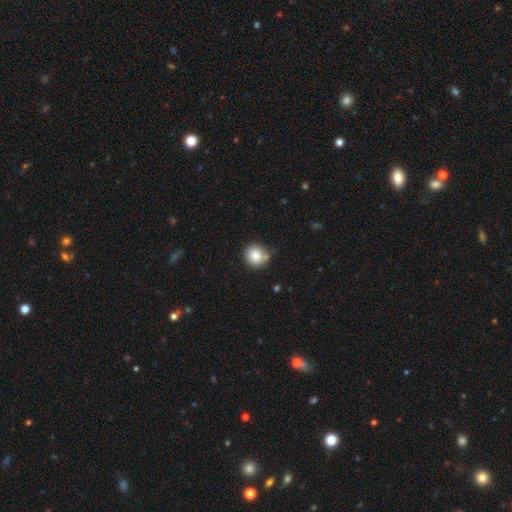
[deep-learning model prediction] The model was most divided on "merging": none: 72%, minor disturbance: 15%, merger: 10%, major disturbance: 4%. More confident: how rounded — round (91%); smooth or featured — smooth (84%).